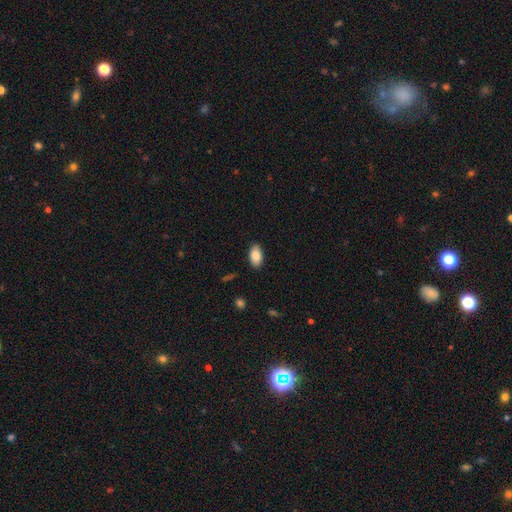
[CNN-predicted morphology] Smooth or featured? Predicted: smooth (p=0.86). How rounded? Predicted: in between (p=0.93). Merging? Predicted: none (p=0.88).